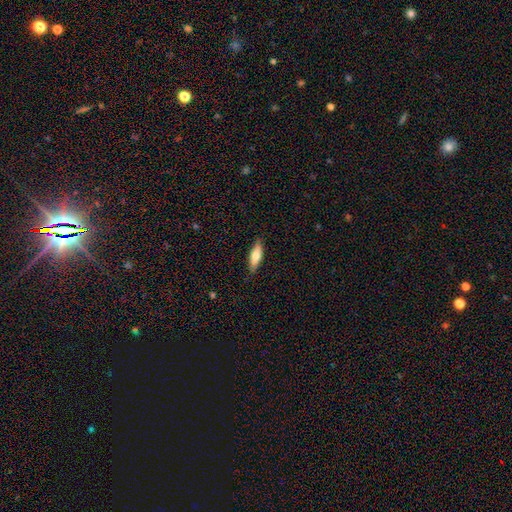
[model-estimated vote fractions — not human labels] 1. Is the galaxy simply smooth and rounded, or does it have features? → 70% smooth, 24% featured or disk, 6% star or artifact.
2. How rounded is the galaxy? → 53% in between, 45% cigar-shaped, 2% round.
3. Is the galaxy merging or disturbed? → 86% none, 11% minor disturbance, 2% major disturbance, 1% merger.